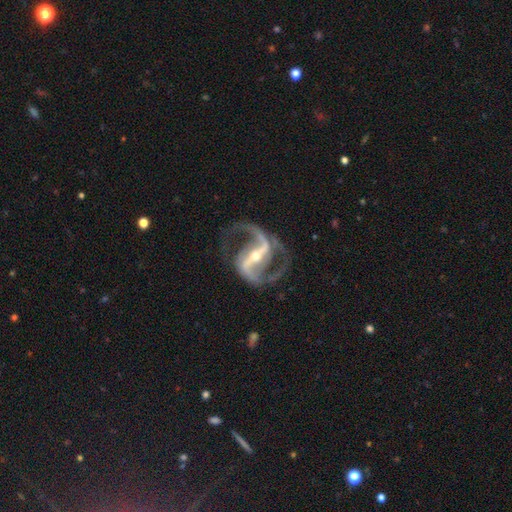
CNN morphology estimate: Smooth or featured?
  - featured or disk: 94% *
  - star or artifact: 4%
  - smooth: 2%
Edge-on disk?
  - no: 97% *
  - yes: 3%
Bar?
  - strong: 71% *
  - weak: 21%
  - no: 8%
Spiral arms?
  - yes: 98% *
  - no: 2%
Spiral winding?
  - medium: 54% *
  - loose: 34%
  - tight: 12%
Spiral arm count?
  - 2: 93% *
  - 3: 2%
  - 1: 2%
  - can't tell: 1%
  - 4: 1%
  - more than 4: 1%
Bulge size?
  - small: 57% *
  - moderate: 39%
  - large: 2%
  - none: 1%
  - dominant: 1%
Merging?
  - none: 74% *
  - minor disturbance: 14%
  - major disturbance: 10%
  - merger: 2%